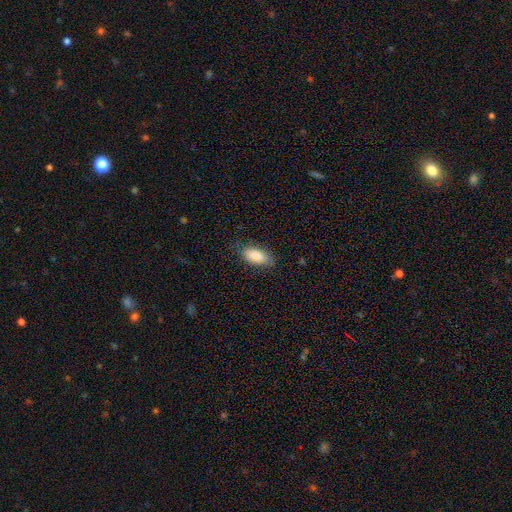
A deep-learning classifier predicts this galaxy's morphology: Smooth or featured?
  - smooth: 86% *
  - featured or disk: 7%
  - star or artifact: 6%
How rounded?
  - in between: 91% *
  - cigar-shaped: 7%
  - round: 3%
Merging?
  - none: 76% *
  - minor disturbance: 19%
  - major disturbance: 4%
  - merger: 1%